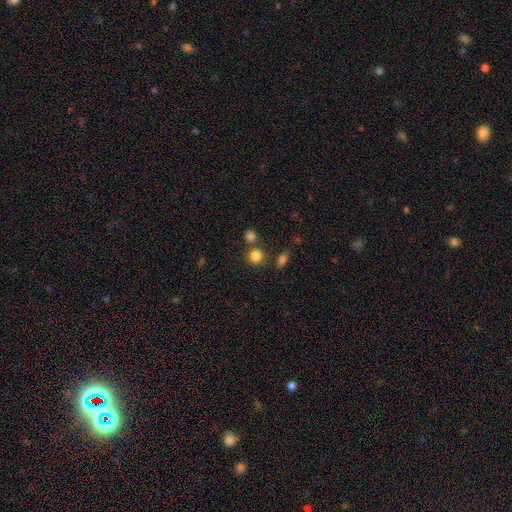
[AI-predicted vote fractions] The model was most divided on "merging": none: 71%, merger: 17%, minor disturbance: 9%, major disturbance: 3%. More confident: how rounded — round (88%); smooth or featured — smooth (83%).